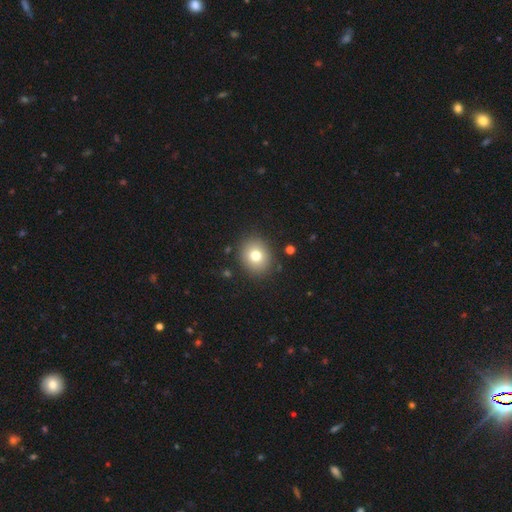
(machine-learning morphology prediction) Smooth or featured?
  - smooth: 77% *
  - featured or disk: 12%
  - star or artifact: 11%
How rounded?
  - round: 71% *
  - in between: 28%
  - cigar-shaped: 1%
Merging?
  - none: 88% *
  - minor disturbance: 8%
  - major disturbance: 3%
  - merger: 2%